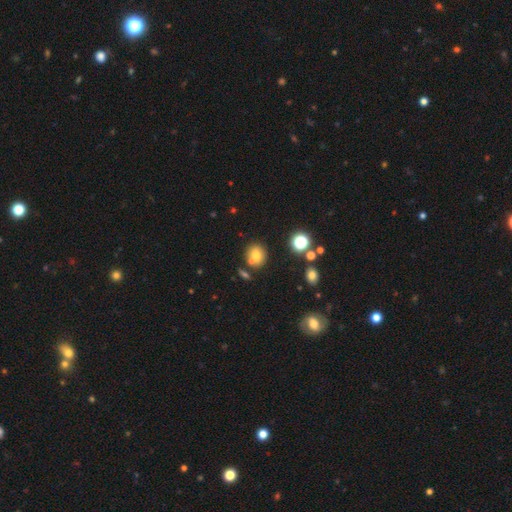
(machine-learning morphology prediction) smooth 71%, star or artifact 16%, featured or disk 13%. Down the decision tree: how rounded — round (80%); merging — none (68%).